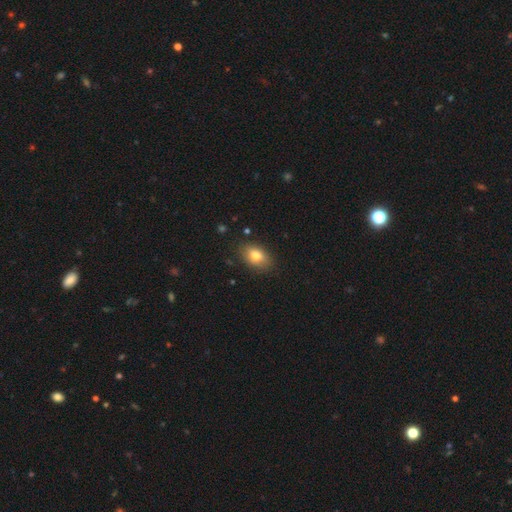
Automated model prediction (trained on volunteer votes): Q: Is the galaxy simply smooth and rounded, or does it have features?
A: smooth — 78%.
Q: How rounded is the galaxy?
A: in between — 86%.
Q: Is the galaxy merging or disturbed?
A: none — 83%.